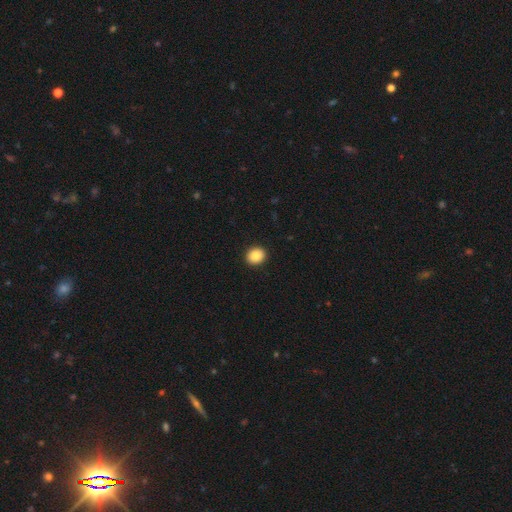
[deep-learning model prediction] Smooth or featured? Predicted: smooth (p=0.88). How rounded? Predicted: round (p=0.75). Merging? Predicted: none (p=0.93).